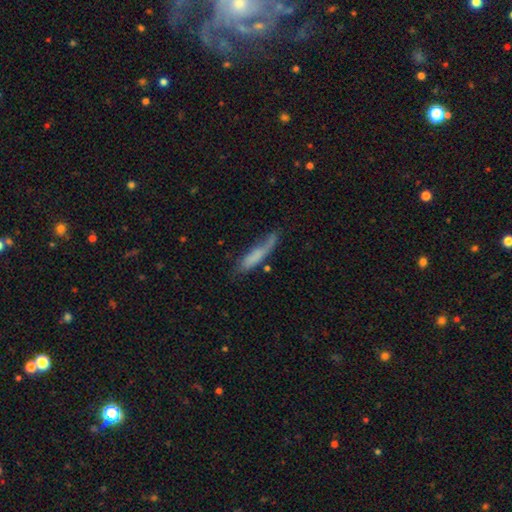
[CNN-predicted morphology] Smooth or featured? Predicted: smooth (p=0.66). How rounded? Predicted: cigar-shaped (p=0.81). Merging? Predicted: none (p=0.50).